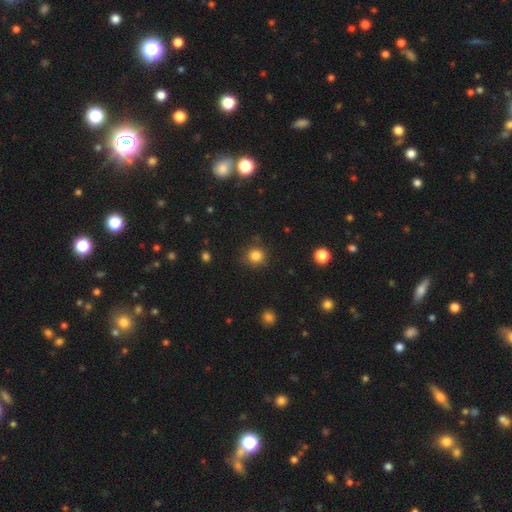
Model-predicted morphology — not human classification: smooth 84%, star or artifact 12%, featured or disk 4%. Down the decision tree: how rounded — round (90%); merging — none (81%).